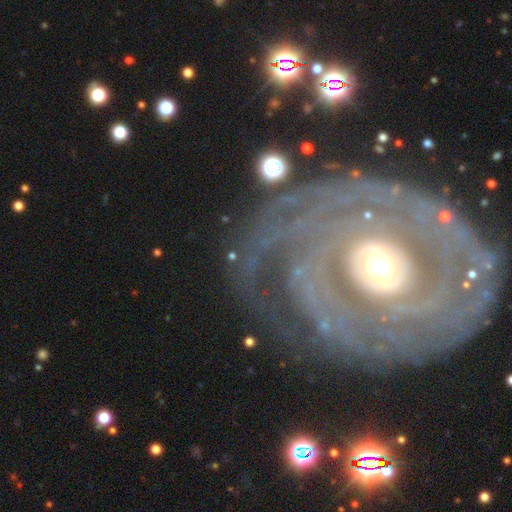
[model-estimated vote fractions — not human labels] Smooth or featured?
  - featured or disk: 88% *
  - smooth: 7%
  - star or artifact: 6%
Edge-on disk?
  - no: 96% *
  - yes: 4%
Bar?
  - no: 74% *
  - weak: 16%
  - strong: 10%
Spiral arms?
  - yes: 92% *
  - no: 8%
Spiral winding?
  - tight: 78% *
  - medium: 17%
  - loose: 5%
Spiral arm count?
  - can't tell: 30% *
  - 2: 21%
  - 3: 16%
  - more than 4: 12%
  - 4: 12%
  - 1: 9%
Bulge size?
  - moderate: 58% *
  - small: 26%
  - large: 12%
  - dominant: 2%
  - none: 1%
Merging?
  - none: 75% *
  - minor disturbance: 14%
  - major disturbance: 9%
  - merger: 2%